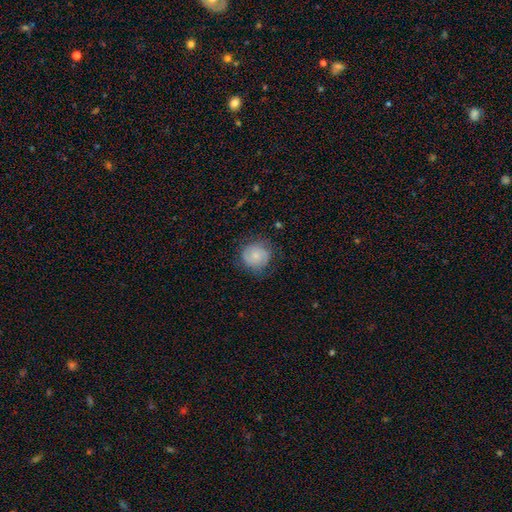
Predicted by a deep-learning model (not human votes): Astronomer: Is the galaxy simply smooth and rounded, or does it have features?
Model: smooth — 64%.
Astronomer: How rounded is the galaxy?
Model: round — 86%.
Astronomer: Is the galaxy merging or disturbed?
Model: none — 68%.